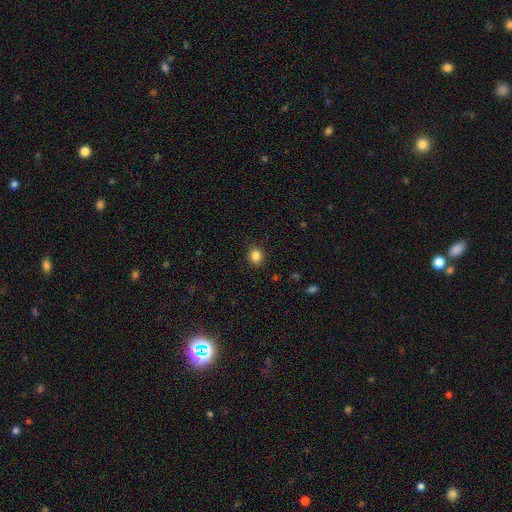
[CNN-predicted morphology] Smooth or featured? smooth (85%)
How rounded? round (66%)
Merging? none (89%)